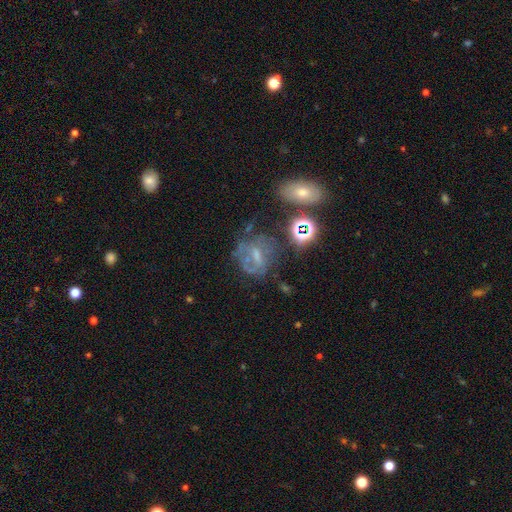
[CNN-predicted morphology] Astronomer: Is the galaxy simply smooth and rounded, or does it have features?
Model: featured or disk — 47% (runner-up: smooth, 28%).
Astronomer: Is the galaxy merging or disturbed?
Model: none — 47% (runner-up: major disturbance, 24%).